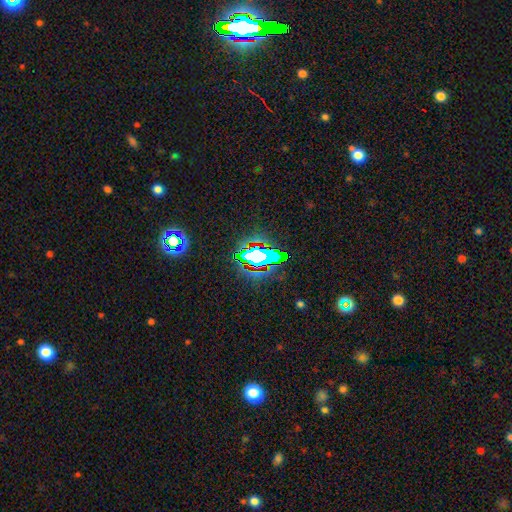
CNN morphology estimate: Smooth or featured? star or artifact (55%)